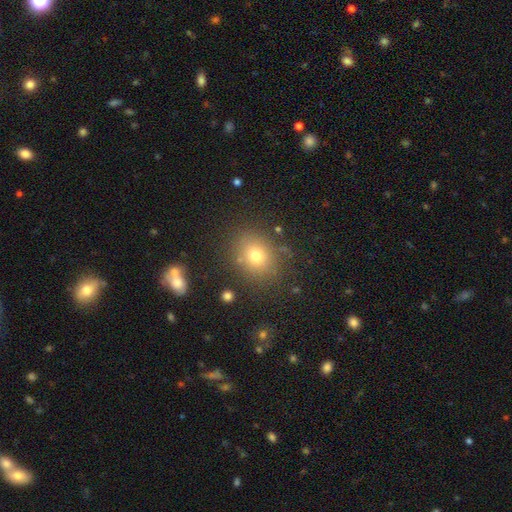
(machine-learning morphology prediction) This appears to be a smooth galaxy with no disk features (75%) that is round (62%). Merging: none (82%).